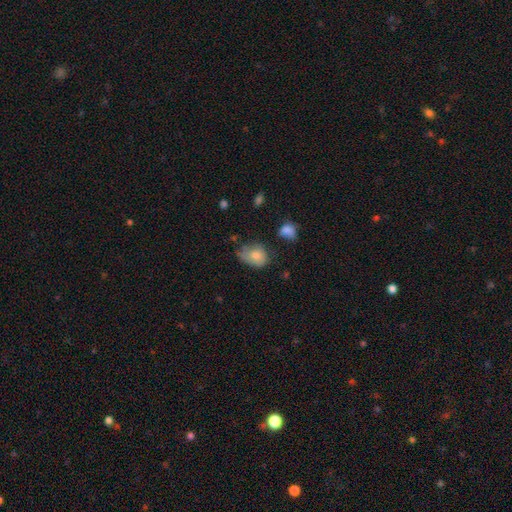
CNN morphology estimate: Smooth or featured?
  - smooth: 75% *
  - featured or disk: 16%
  - star or artifact: 9%
How rounded?
  - in between: 65% *
  - round: 34%
  - cigar-shaped: 1%
Merging?
  - minor disturbance: 39% *
  - none: 34%
  - major disturbance: 22%
  - merger: 5%